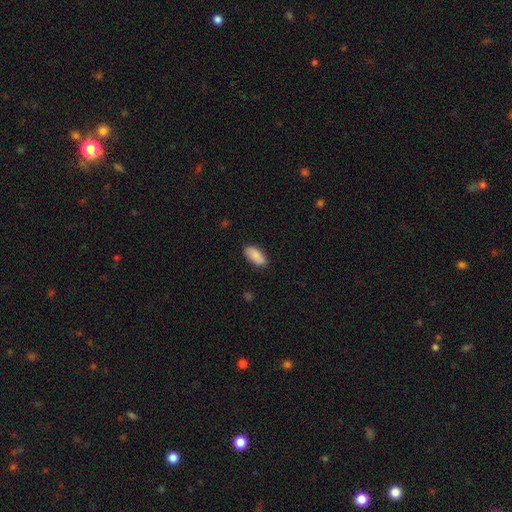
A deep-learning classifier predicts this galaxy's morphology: smooth 87%, featured or disk 7%, star or artifact 6%. Down the decision tree: how rounded — in between (89%); merging — none (86%).